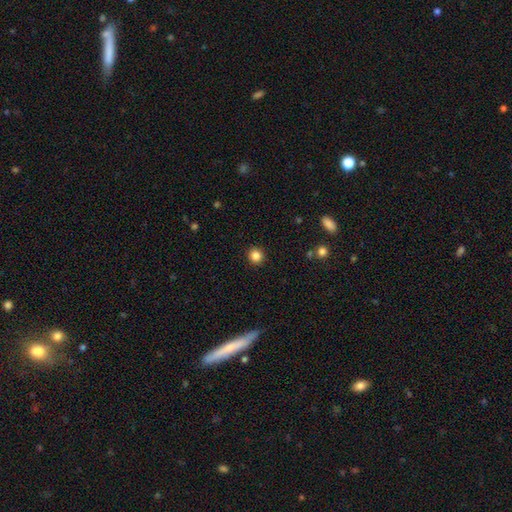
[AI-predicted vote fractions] This appears to be a smooth galaxy with no disk features (85%) that is round (93%). Merging: none (92%).